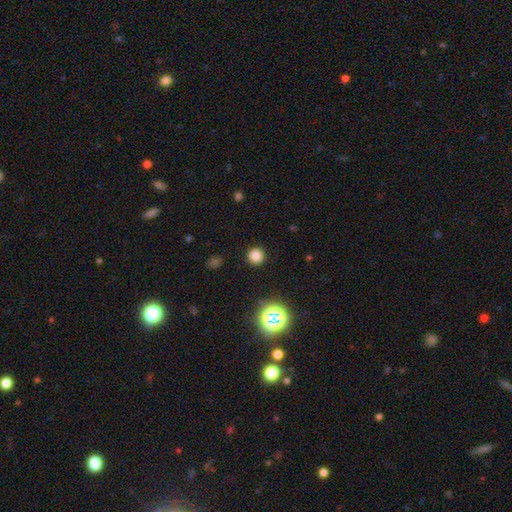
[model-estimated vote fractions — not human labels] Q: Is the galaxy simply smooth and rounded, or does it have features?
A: smooth — 79%.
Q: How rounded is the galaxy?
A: round — 92%.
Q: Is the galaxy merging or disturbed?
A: none — 91%.